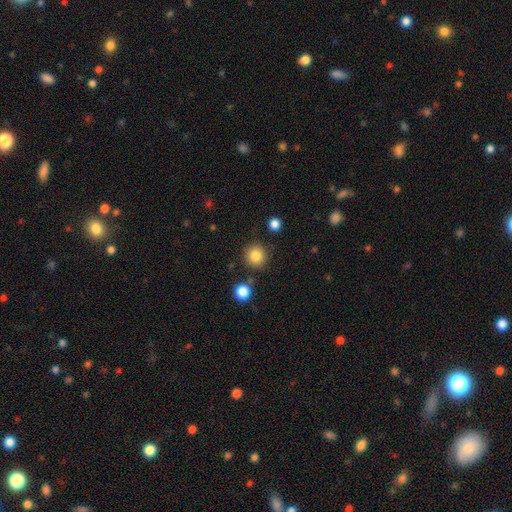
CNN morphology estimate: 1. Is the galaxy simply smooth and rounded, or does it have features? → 85% smooth, 10% star or artifact, 5% featured or disk.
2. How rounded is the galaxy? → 93% round, 6% in between, 1% cigar-shaped.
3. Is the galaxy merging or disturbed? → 87% none, 7% minor disturbance, 4% merger, 2% major disturbance.